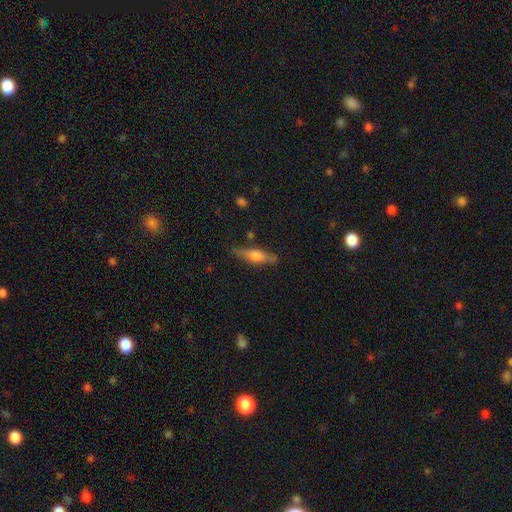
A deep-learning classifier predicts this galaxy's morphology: type=featured or disk (47%); merging=none (78%).